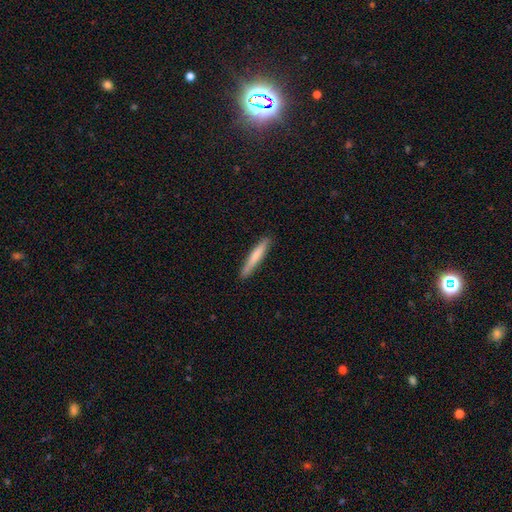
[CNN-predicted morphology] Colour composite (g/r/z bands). It shows a smooth galaxy with no disk features (74%) that is cigar-shaped (94%). Merging: none (89%).